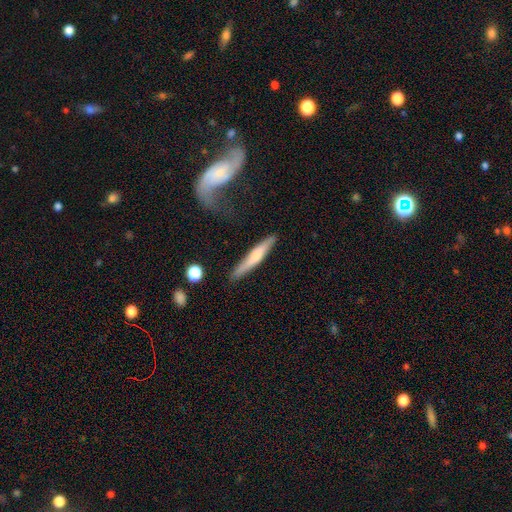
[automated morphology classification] smooth-or-featured: smooth: 53% | featured or disk: 41% | star or artifact: 6%
  how-rounded: cigar-shaped: 92% | in between: 6% | round: 2%
  merging: none: 81% | minor disturbance: 12% | major disturbance: 4% | merger: 3%